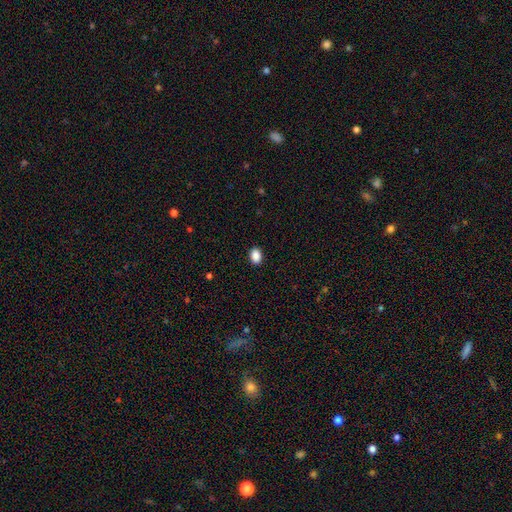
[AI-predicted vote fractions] Smooth or featured? Predicted: smooth (p=0.89). How rounded? Predicted: in between (p=0.79). Merging? Predicted: none (p=0.90).